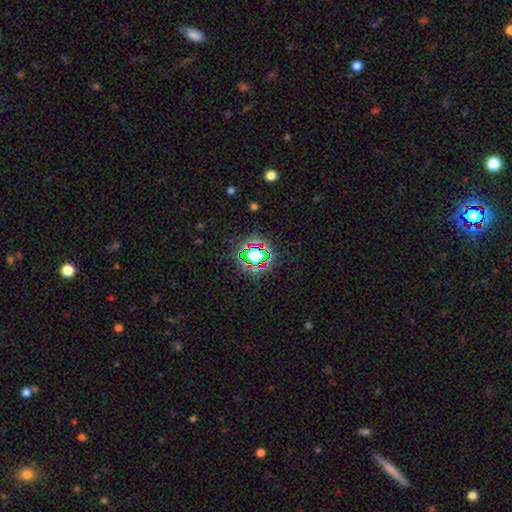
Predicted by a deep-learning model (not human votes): Smooth or featured? Predicted: star or artifact (p=0.66).